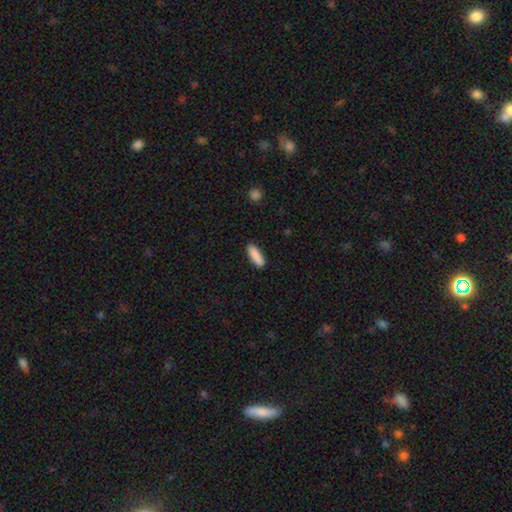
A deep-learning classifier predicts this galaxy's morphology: A smooth galaxy with no disk features (89%) that is in between round and cigar-shaped (53%). Merging: none (89%).